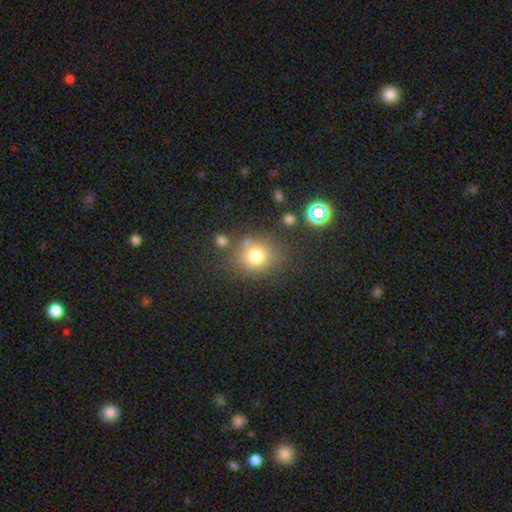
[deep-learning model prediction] smooth 76%, star or artifact 14%, featured or disk 10%. Down the decision tree: how rounded — round (74%); merging — none (71%).